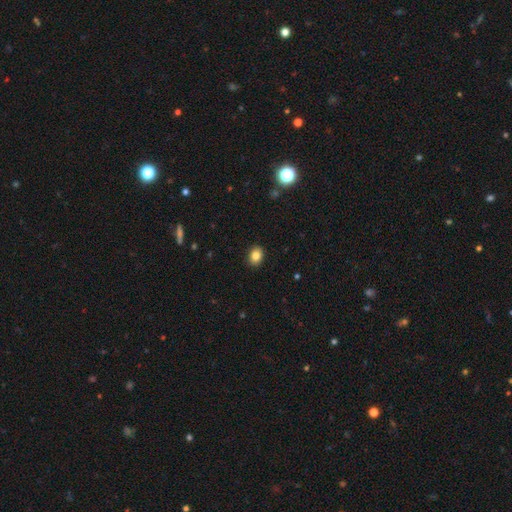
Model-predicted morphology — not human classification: A smooth galaxy with no disk features (84%) that is in between round and cigar-shaped (57%).

Vote fractions:
- Smooth or featured? smooth: 84% / star or artifact: 10% / featured or disk: 6%
- How rounded? in between: 57% / round: 42% / cigar-shaped: 1%
- Merging? none: 91% / minor disturbance: 7% / major disturbance: 2% / merger: 1%